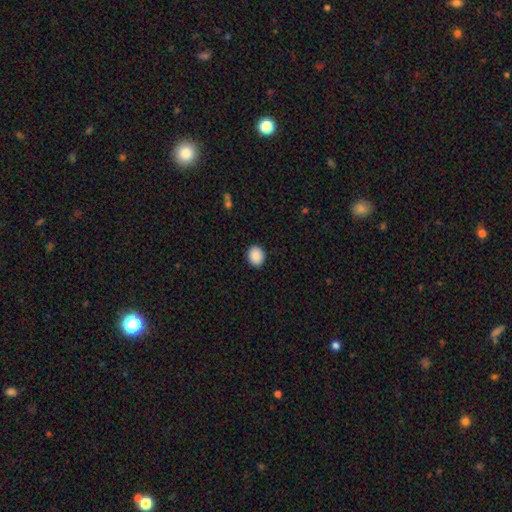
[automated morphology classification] smooth 90%, star or artifact 8%, featured or disk 3%. Down the decision tree: how rounded — round (58%); merging — none (91%).